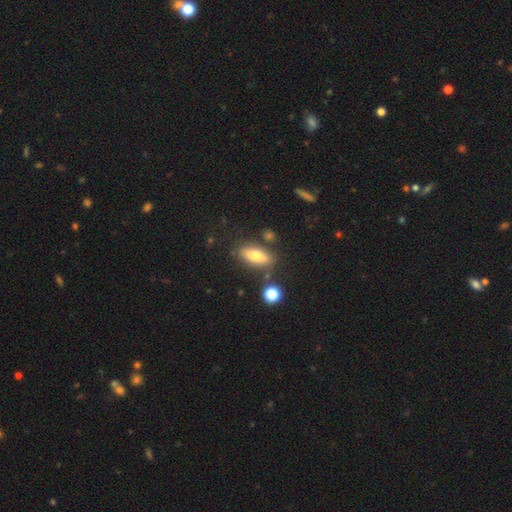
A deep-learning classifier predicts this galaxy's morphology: Smooth or featured: smooth — 68% (featured or disk — 23%)
How rounded: in between — 68% (cigar-shaped — 28%)
Merging: none — 78% (minor disturbance — 13%)